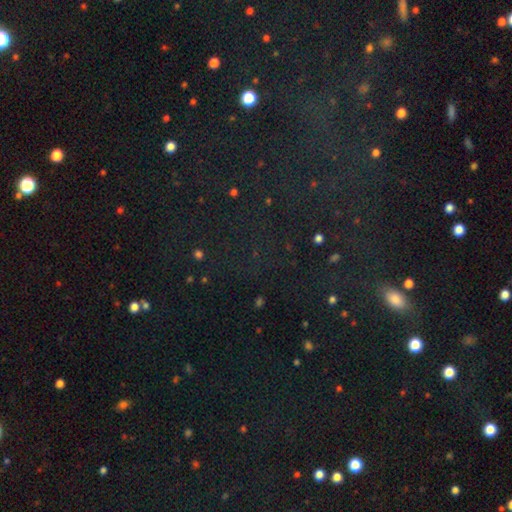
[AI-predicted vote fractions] Smooth or featured: star or artifact — 73% (smooth — 18%)